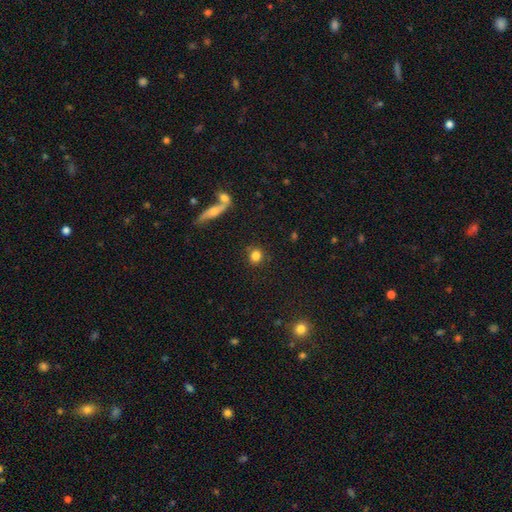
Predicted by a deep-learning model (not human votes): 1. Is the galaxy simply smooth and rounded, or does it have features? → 82% smooth, 10% star or artifact, 8% featured or disk.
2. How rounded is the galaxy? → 84% round, 14% in between, 2% cigar-shaped.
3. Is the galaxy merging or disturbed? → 84% none, 9% minor disturbance, 5% merger, 3% major disturbance.